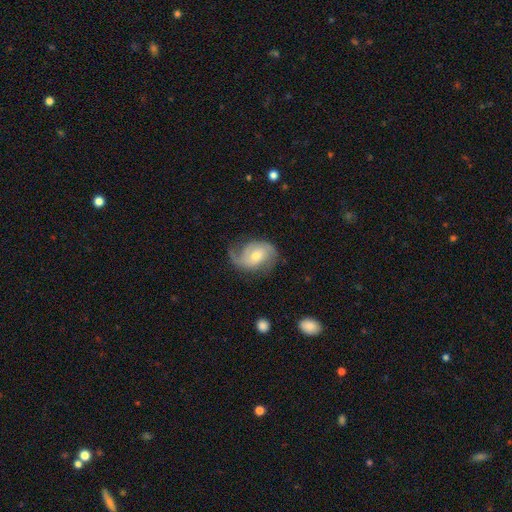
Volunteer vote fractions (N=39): smooth-or-featured: featured or disk: 87% | smooth: 8% | star or artifact: 5%
  disk-edge-on: no: 97% | yes: 3%
    bar: no: 58% | weak: 42% | strong: 0%
    has-spiral-arms: yes: 100% | no: 0%
      spiral-winding: medium: 48% | tight: 30% | loose: 21%
      spiral-arm-count: 2: 73% | 1: 18% | can't tell: 9% | 3: 0% | 4: 0% | more than 4: 0%
    bulge-size: moderate: 52% | small: 39% | dominant: 3% | large: 3% | none: 3%
  merging: none: 68% | major disturbance: 27% | minor disturbance: 5% | merger: 0%